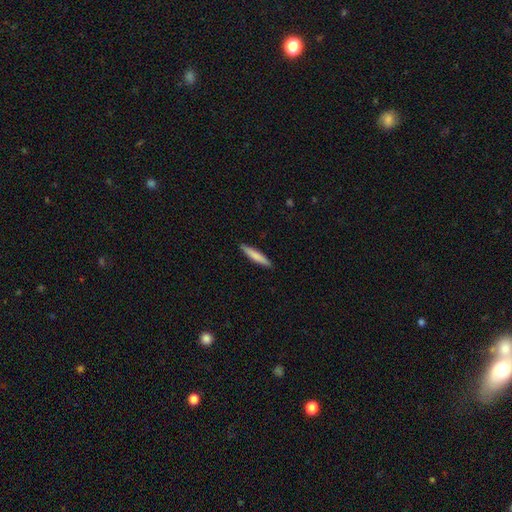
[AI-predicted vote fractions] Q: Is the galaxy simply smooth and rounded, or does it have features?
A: smooth — 76%.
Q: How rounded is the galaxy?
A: cigar-shaped — 91%.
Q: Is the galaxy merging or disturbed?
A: none — 90%.